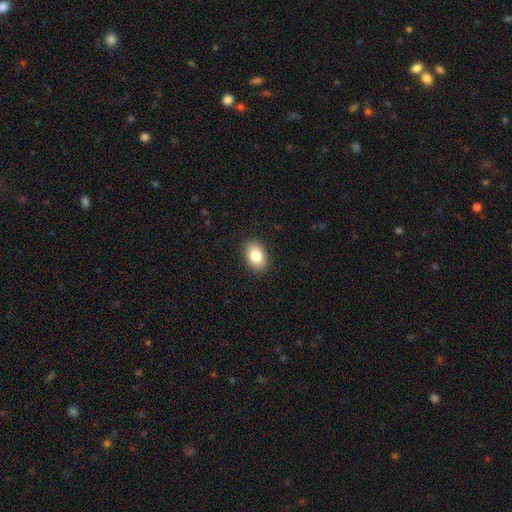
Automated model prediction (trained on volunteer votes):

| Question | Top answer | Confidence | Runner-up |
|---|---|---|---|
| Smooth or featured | smooth | 83% | featured or disk (9%) |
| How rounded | in between | 84% | round (15%) |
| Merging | none | 89% | minor disturbance (8%) |